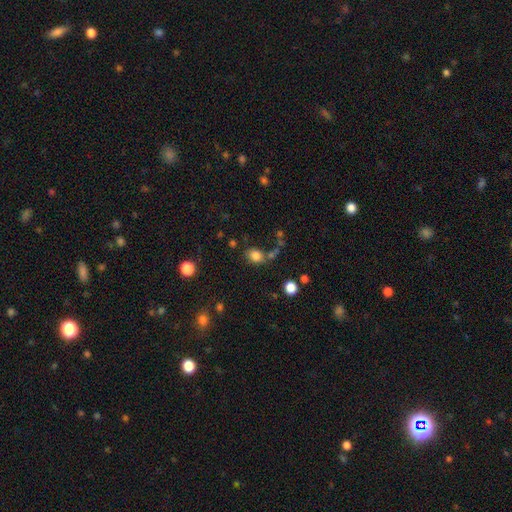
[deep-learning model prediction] A smooth galaxy with no disk features (81%) that is in between round and cigar-shaped (50%). Merging: none (65%).